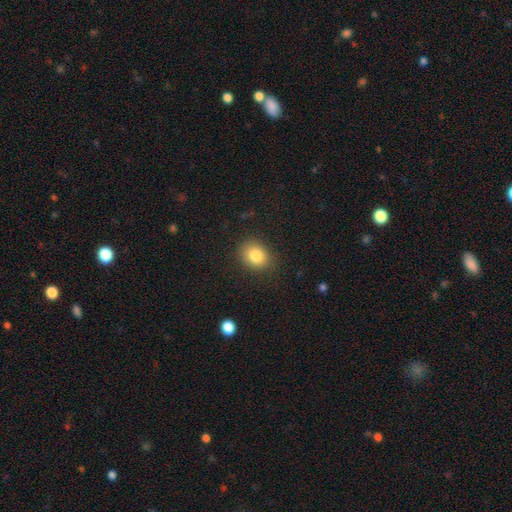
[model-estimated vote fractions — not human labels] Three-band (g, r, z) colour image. It shows a smooth galaxy with no disk features (82%) that is round (56%). Merging: none (86%).